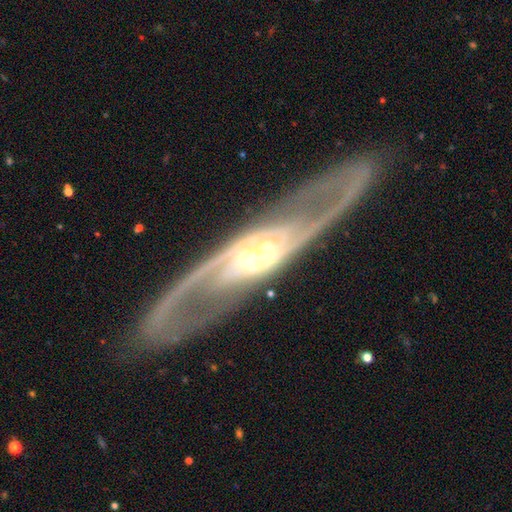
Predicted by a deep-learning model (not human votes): This appears to be a featured or disk galaxy (89%) with no bar (40%), 2 (81%) medium (45%) spiral arms (93%) and a moderate central bulge (51%). Merging: none (77%).